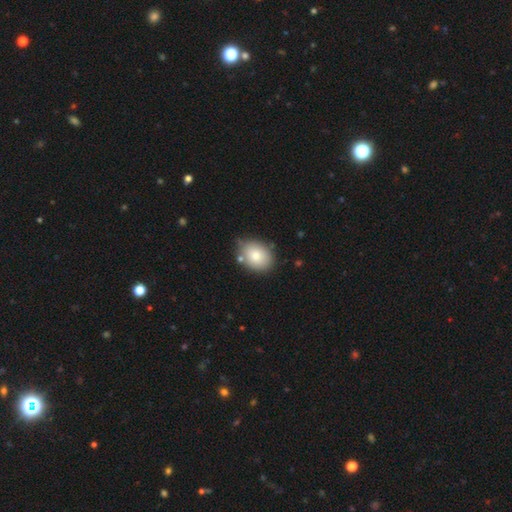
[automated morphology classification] Smooth or featured: smooth — 79% (featured or disk — 12%)
How rounded: in between — 60% (round — 39%)
Merging: none — 76% (minor disturbance — 16%)